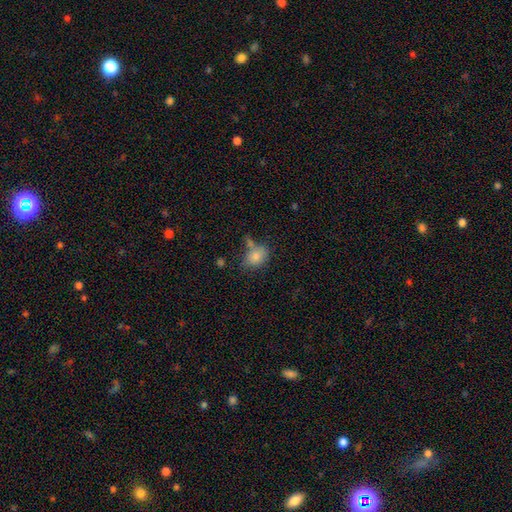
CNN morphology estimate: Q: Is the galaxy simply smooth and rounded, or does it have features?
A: smooth — 80%.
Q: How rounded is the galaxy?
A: in between — 73%.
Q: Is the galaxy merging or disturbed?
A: none — 49%.